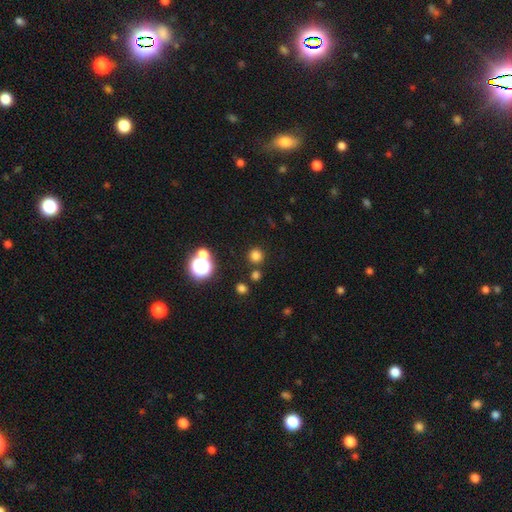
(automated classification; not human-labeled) smooth 73%, star or artifact 21%, featured or disk 5%. Down the decision tree: how rounded — round (94%); merging — none (83%).